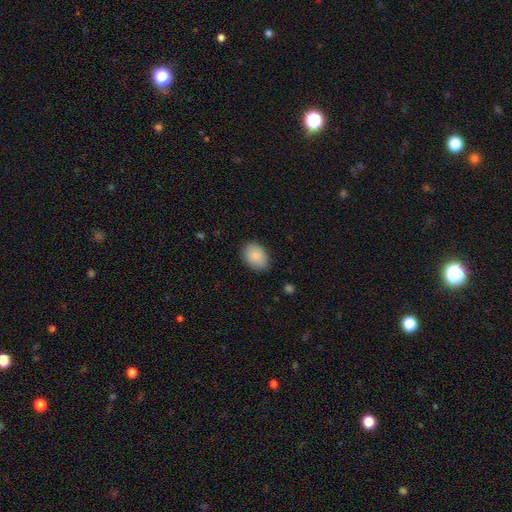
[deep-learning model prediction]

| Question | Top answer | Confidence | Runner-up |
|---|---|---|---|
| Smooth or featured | smooth | 88% | star or artifact (7%) |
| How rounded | in between | 77% | round (22%) |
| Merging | none | 84% | minor disturbance (12%) |